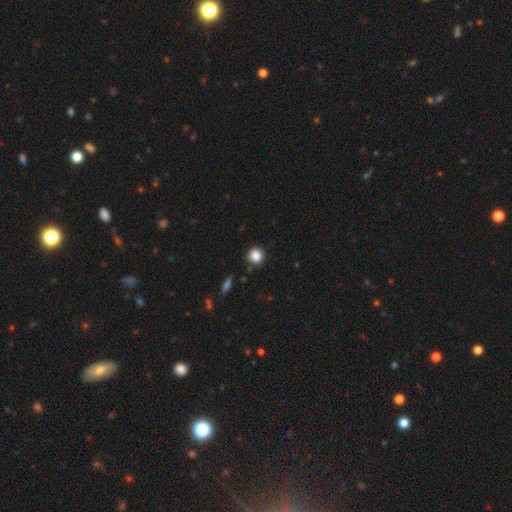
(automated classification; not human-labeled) Smooth or featured? smooth (85%)
How rounded? round (90%)
Merging? none (86%)